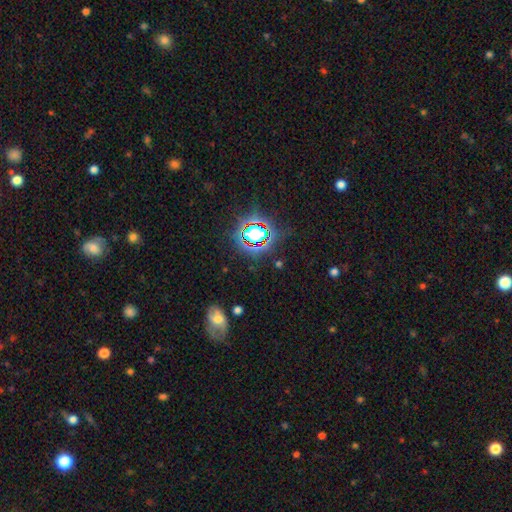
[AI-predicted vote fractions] This appears to be a star or artifact, not a galaxy (73%).